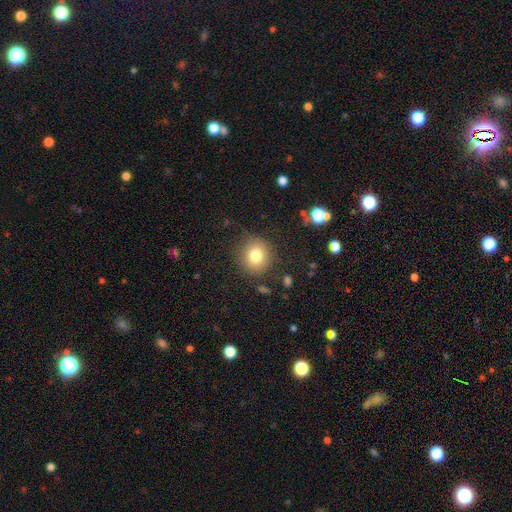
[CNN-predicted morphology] Q: Smooth or featured?
A: smooth (79%); runner-up: star or artifact (11%)
Q: How rounded?
A: round (85%); runner-up: in between (14%)
Q: Merging?
A: none (84%); runner-up: minor disturbance (10%)